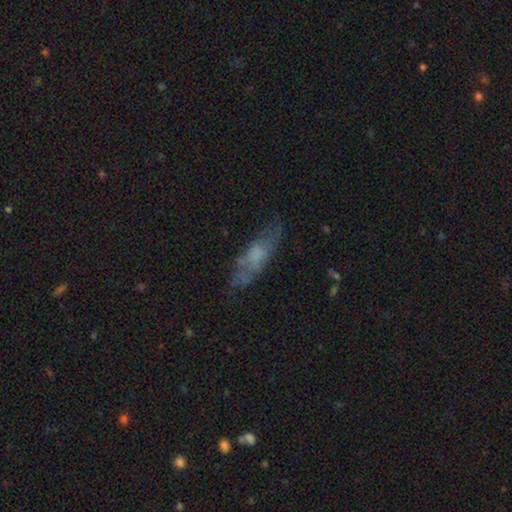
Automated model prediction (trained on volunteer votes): A smooth galaxy with no disk features (48%).

Vote fractions:
- Smooth or featured? smooth: 48% / featured or disk: 43% / star or artifact: 9%
- Merging? none: 63% / minor disturbance: 23% / major disturbance: 11% / merger: 3%